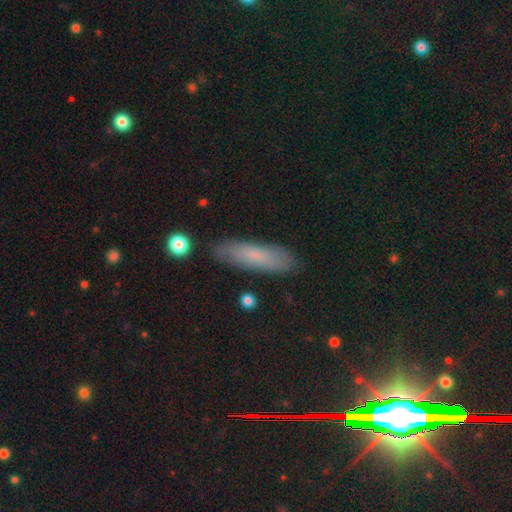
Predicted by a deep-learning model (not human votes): The model was most divided on "how rounded": cigar-shaped: 66%, in between: 32%, round: 2%. More confident: merging — none (85%); smooth or featured — smooth (71%).